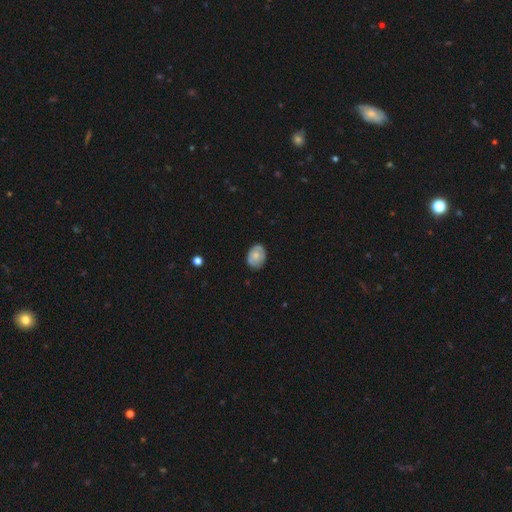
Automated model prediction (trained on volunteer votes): Overall: smooth (61%; featured or disk 32%). How rounded: in between (63%; round 36%). Merging: none (79%).